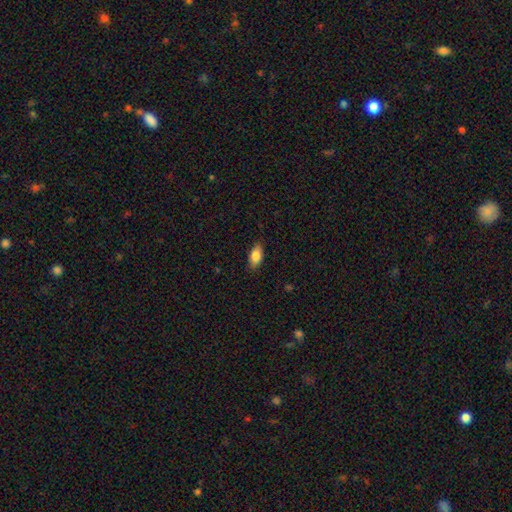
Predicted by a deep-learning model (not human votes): Q: Smooth or featured?
A: smooth (85%); runner-up: featured or disk (8%)
Q: How rounded?
A: in between (89%); runner-up: cigar-shaped (7%)
Q: Merging?
A: none (85%); runner-up: minor disturbance (12%)